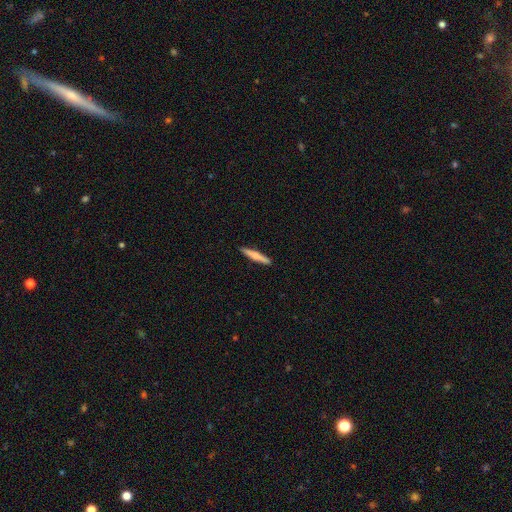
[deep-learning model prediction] A smooth galaxy with no disk features (63%) that is cigar-shaped (93%).

Vote fractions:
- Smooth or featured? smooth: 63% / featured or disk: 32% / star or artifact: 6%
- How rounded? cigar-shaped: 93% / in between: 6% / round: 1%
- Merging? none: 90% / minor disturbance: 7% / major disturbance: 1% / merger: 1%